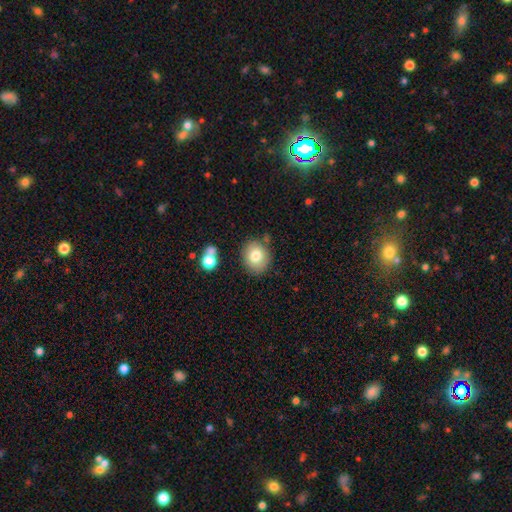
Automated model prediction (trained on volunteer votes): A smooth galaxy with no disk features (78%) that is round (69%).

Vote fractions:
- Smooth or featured? smooth: 78% / featured or disk: 12% / star or artifact: 10%
- How rounded? round: 69% / in between: 30% / cigar-shaped: 1%
- Merging? none: 78% / minor disturbance: 13% / merger: 5% / major disturbance: 3%